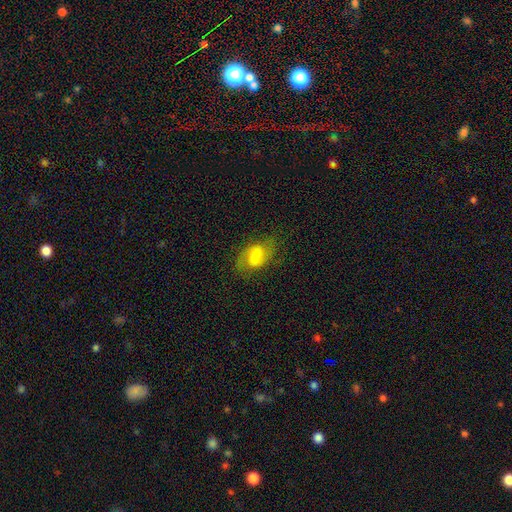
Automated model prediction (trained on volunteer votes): smooth_or_featured: featured or disk (p=0.46) [tied with: smooth p=0.46]
merging: none (p=0.68) [alt: minor disturbance p=0.20]